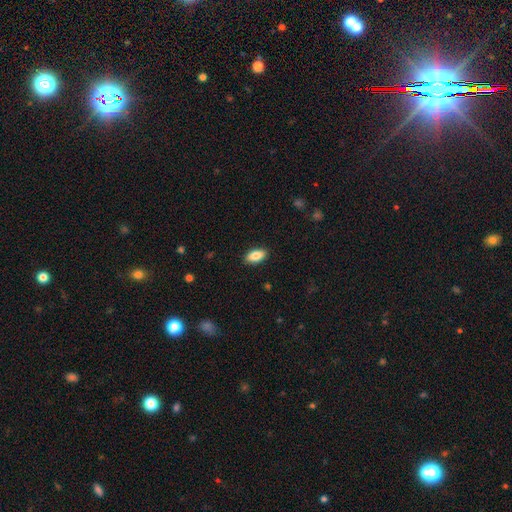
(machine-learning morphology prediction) A smooth galaxy with no disk features (85%) that is in between round and cigar-shaped (91%).

Vote fractions:
- Smooth or featured? smooth: 85% / featured or disk: 8% / star or artifact: 7%
- How rounded? in between: 91% / cigar-shaped: 6% / round: 3%
- Merging? none: 89% / minor disturbance: 8% / major disturbance: 2% / merger: 1%